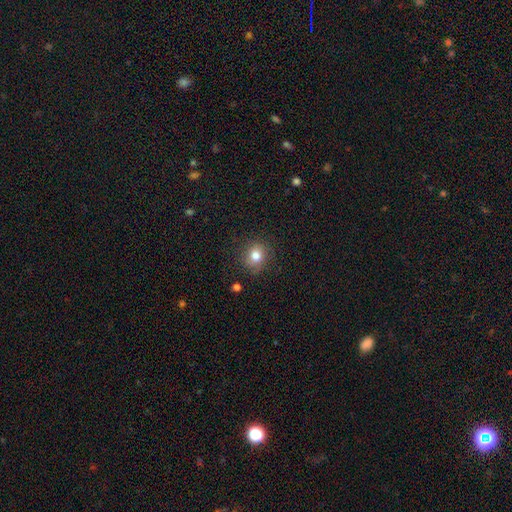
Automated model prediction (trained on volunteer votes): This appears to be a smooth galaxy with no disk features (81%) that is round (78%). Merging: none (83%).